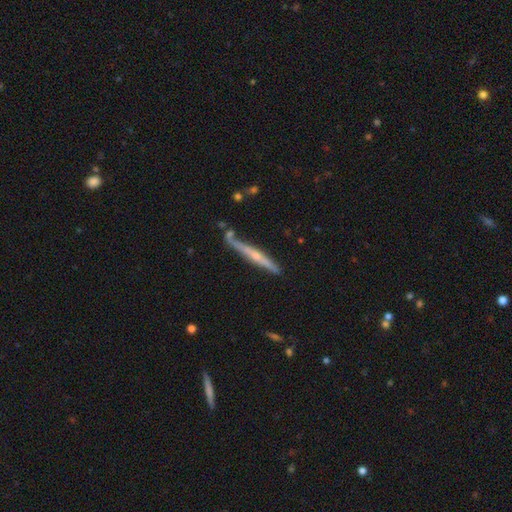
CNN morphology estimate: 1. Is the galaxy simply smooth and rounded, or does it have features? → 65% featured or disk, 29% smooth, 6% star or artifact.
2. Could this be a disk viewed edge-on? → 95% yes, 5% no.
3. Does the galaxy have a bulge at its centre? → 63% rounded, 32% none, 5% boxy.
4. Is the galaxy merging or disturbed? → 72% none, 18% minor disturbance, 6% merger, 4% major disturbance.